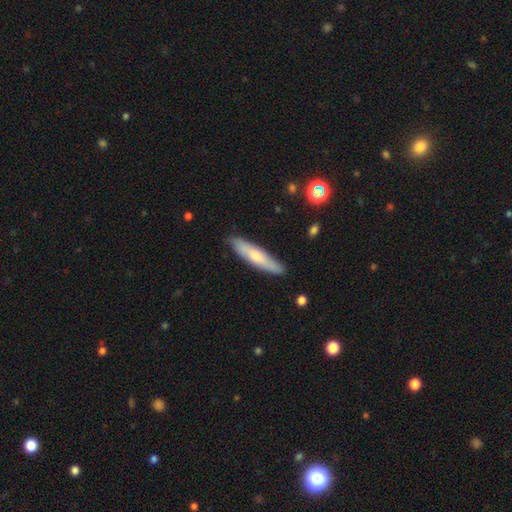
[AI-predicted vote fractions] Smooth or featured? smooth (61%)
How rounded? cigar-shaped (85%)
Merging? none (88%)